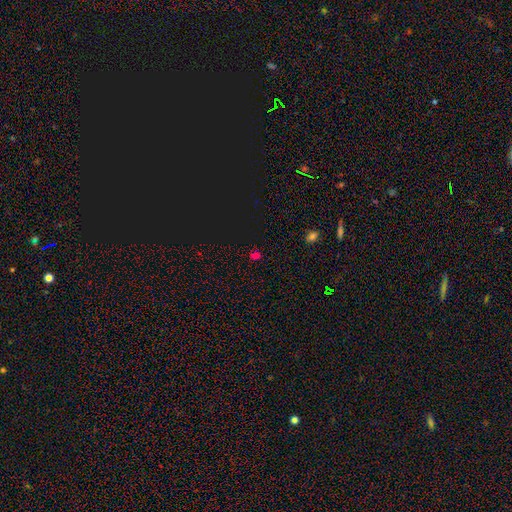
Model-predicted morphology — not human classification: Smooth or featured? Predicted: star or artifact (p=0.48).